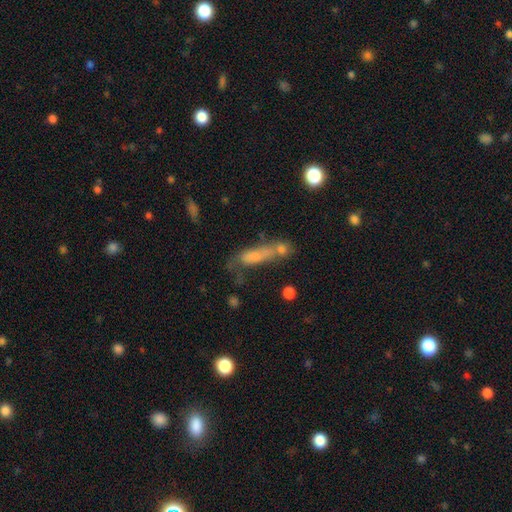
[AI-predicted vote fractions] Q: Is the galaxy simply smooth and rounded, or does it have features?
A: smooth — 60%.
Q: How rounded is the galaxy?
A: cigar-shaped — 61%.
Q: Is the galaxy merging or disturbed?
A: merger — 37%.